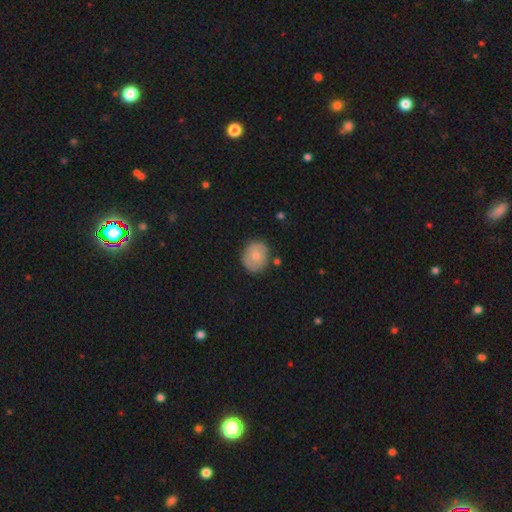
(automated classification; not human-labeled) Smooth or featured? smooth (71%)
How rounded? round (74%)
Merging? none (80%)